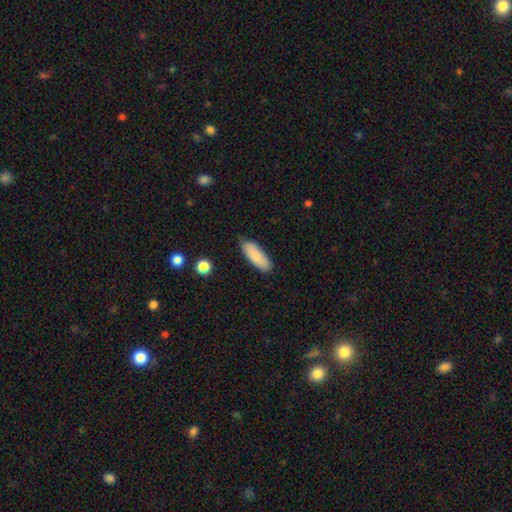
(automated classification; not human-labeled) smooth-or-featured: smooth: 87% | featured or disk: 6% | star or artifact: 6%
  how-rounded: in between: 63% | cigar-shaped: 35% | round: 2%
  merging: none: 83% | minor disturbance: 13% | major disturbance: 2% | merger: 1%